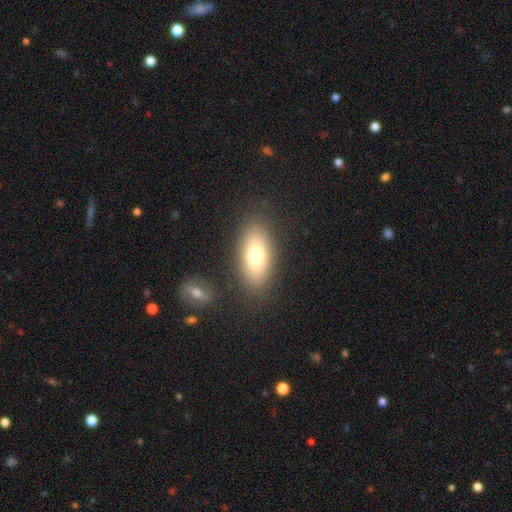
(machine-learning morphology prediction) smooth_or_featured: smooth (p=0.75) [alt: featured or disk p=0.17]
how_rounded: in between (p=0.84) [alt: cigar-shaped p=0.11]
merging: none (p=0.82) [alt: minor disturbance p=0.10]